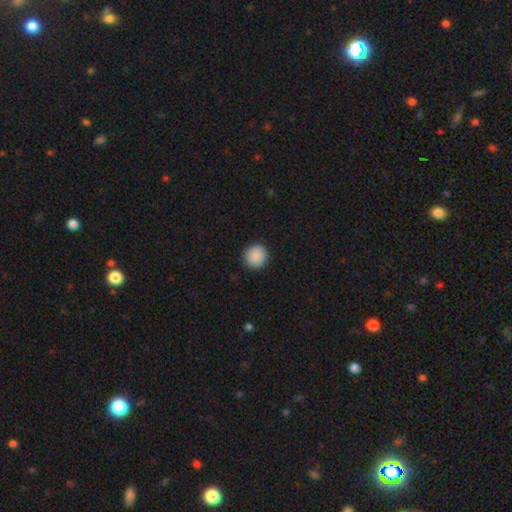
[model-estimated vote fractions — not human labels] smooth 90%, star or artifact 8%, featured or disk 2%. Down the decision tree: how rounded — round (94%); merging — none (92%).